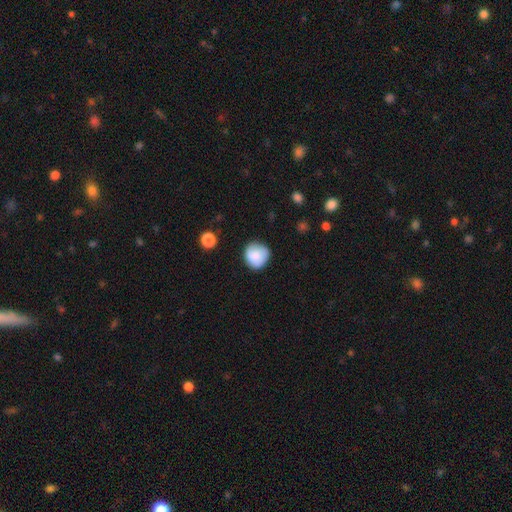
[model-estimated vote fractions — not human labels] smooth 81%, featured or disk 11%, star or artifact 8%. Down the decision tree: how rounded — round (89%); merging — none (77%).